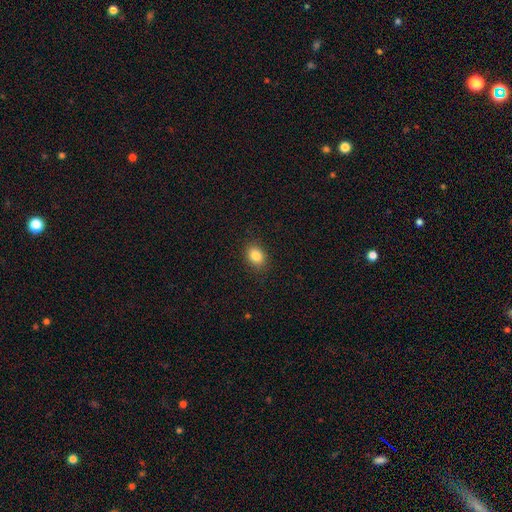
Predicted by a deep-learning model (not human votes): Morphology: type=smooth (84%); roundness=in between (62%); merging=none (88%).